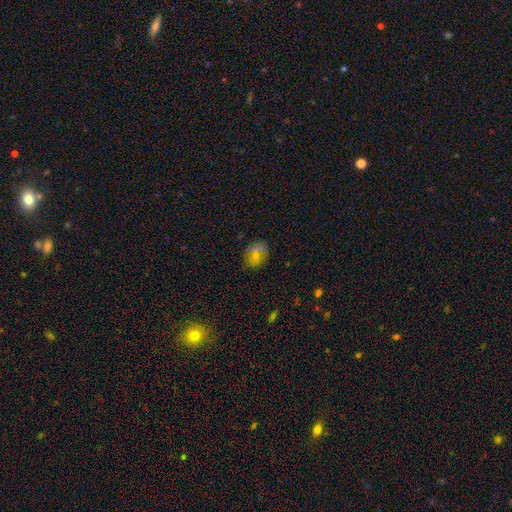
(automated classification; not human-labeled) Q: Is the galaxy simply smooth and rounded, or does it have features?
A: smooth — 62%.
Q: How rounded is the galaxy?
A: in between — 56%.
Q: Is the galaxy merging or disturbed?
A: none — 70%.